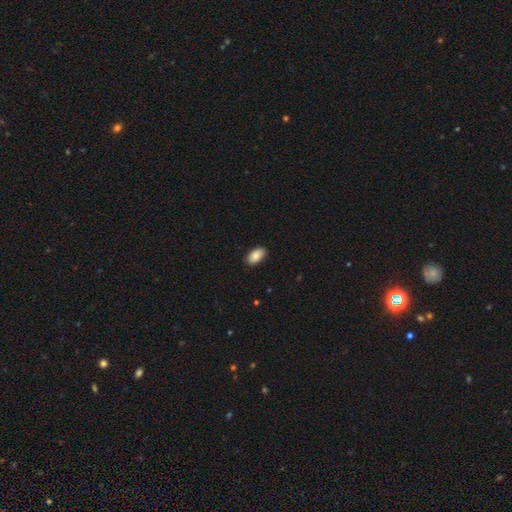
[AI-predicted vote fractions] Morphology: type=smooth (84%); roundness=in between (94%); merging=none (89%).